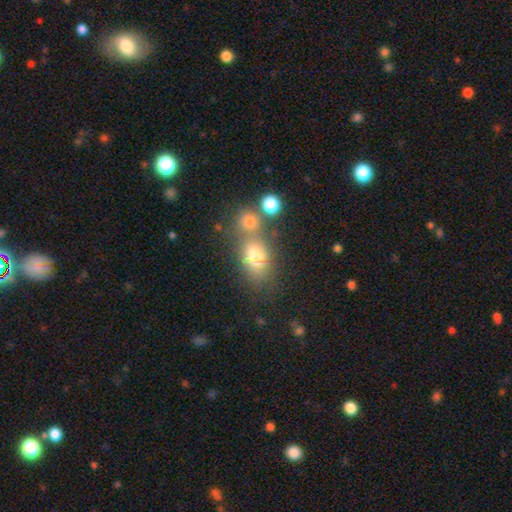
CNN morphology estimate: A smooth galaxy with no disk features (69%) that is in between round and cigar-shaped (67%).

Vote fractions:
- Smooth or featured? smooth: 69% / featured or disk: 16% / star or artifact: 15%
- How rounded? in between: 67% / round: 31% / cigar-shaped: 3%
- Merging? none: 45% / merger: 35% / minor disturbance: 13% / major disturbance: 7%